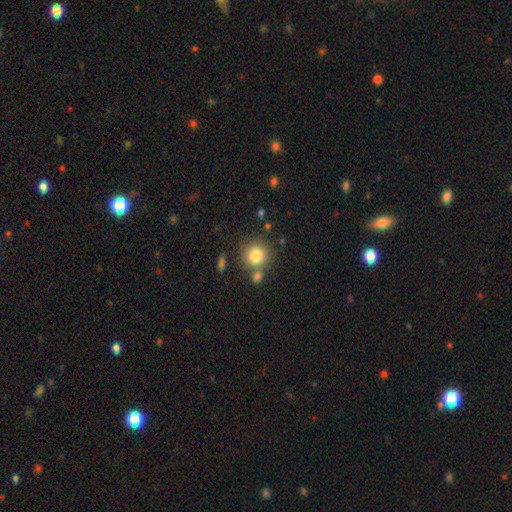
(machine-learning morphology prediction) Q: Smooth or featured?
A: smooth (82%); runner-up: star or artifact (10%)
Q: How rounded?
A: round (90%); runner-up: in between (9%)
Q: Merging?
A: none (68%); runner-up: merger (18%)